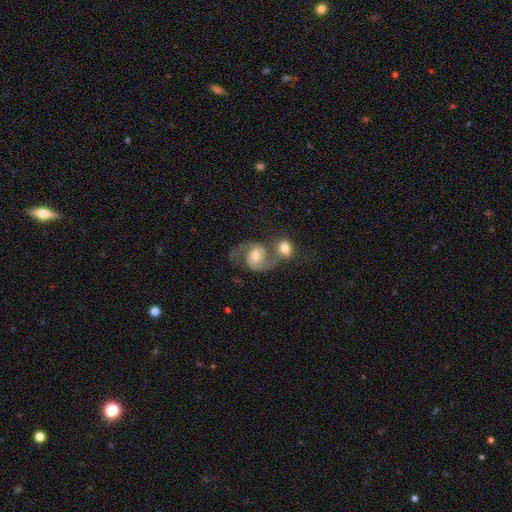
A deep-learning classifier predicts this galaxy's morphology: Q: Smooth or featured?
A: featured or disk (81%); runner-up: smooth (13%)
Q: Edge-on disk?
A: no (98%); runner-up: yes (2%)
Q: Bar?
A: no (51%); runner-up: weak (37%)
Q: Spiral arms?
A: yes (95%); runner-up: no (5%)
Q: Spiral winding?
A: medium (53%); runner-up: loose (34%)
Q: Spiral arm count?
A: 2 (92%); runner-up: can't tell (3%)
Q: Bulge size?
A: moderate (67%); runner-up: small (22%)
Q: Merging?
A: merger (48%); runner-up: none (34%)